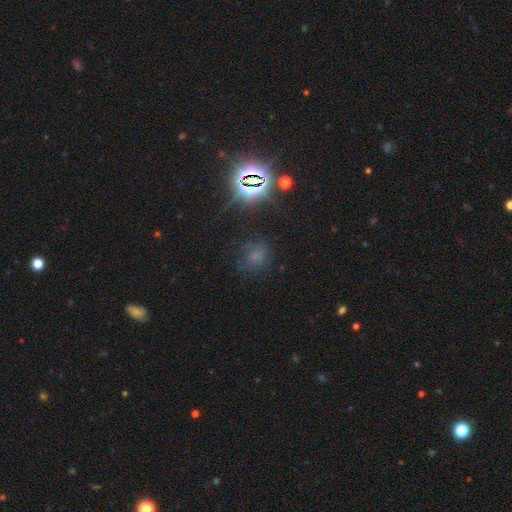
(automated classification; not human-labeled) Overall: star or artifact (45%; smooth 40%).